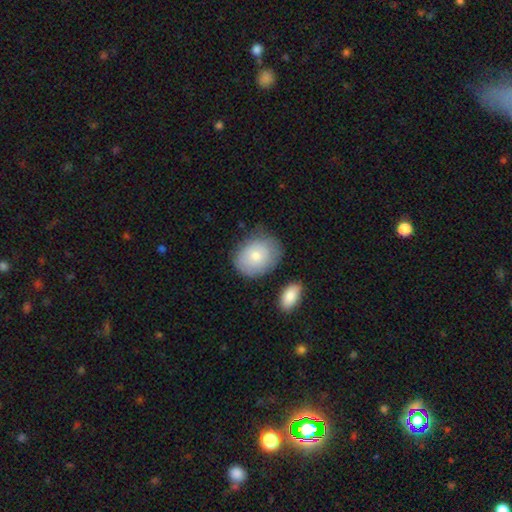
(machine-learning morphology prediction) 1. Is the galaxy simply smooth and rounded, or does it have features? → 75% smooth, 18% featured or disk, 7% star or artifact.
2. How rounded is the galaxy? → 55% in between, 44% round, 1% cigar-shaped.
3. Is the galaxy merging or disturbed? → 70% none, 21% minor disturbance, 5% major disturbance, 4% merger.